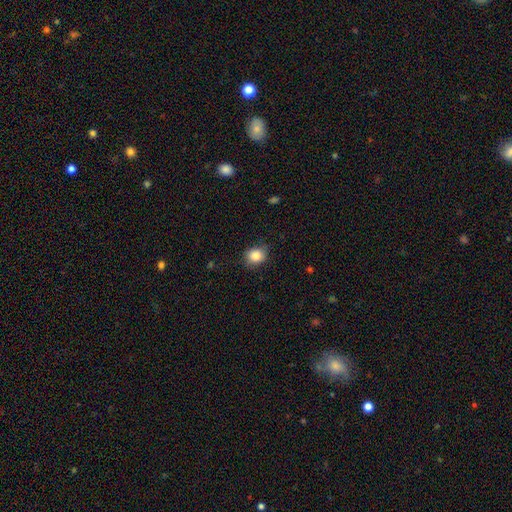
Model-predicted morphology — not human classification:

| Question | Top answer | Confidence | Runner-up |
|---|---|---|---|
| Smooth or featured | smooth | 84% | star or artifact (10%) |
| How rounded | round | 66% | in between (33%) |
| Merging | none | 80% | minor disturbance (16%) |